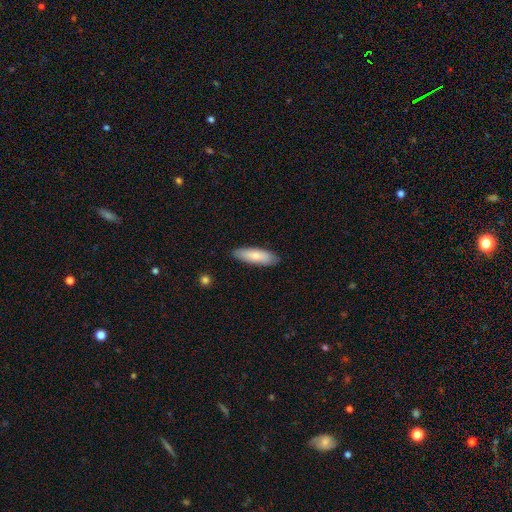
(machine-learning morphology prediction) A smooth galaxy with no disk features (77%) that is in between round and cigar-shaped (52%).

Vote fractions:
- Smooth or featured? smooth: 77% / featured or disk: 17% / star or artifact: 5%
- How rounded? in between: 52% / cigar-shaped: 46% / round: 2%
- Merging? none: 87% / minor disturbance: 10% / major disturbance: 2% / merger: 1%